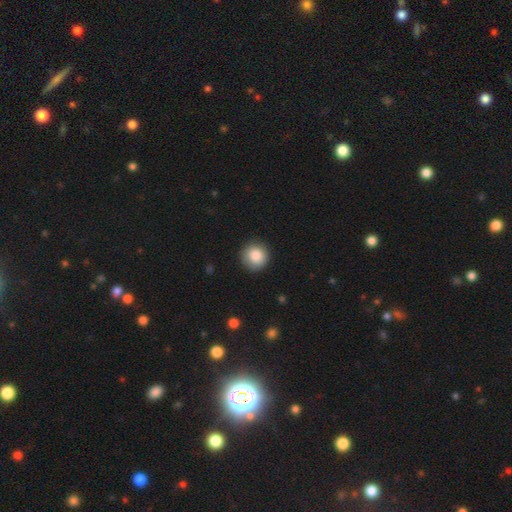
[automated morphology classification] smooth-or-featured: smooth: 87% | star or artifact: 8% | featured or disk: 5%
  how-rounded: round: 94% | in between: 5% | cigar-shaped: 1%
  merging: none: 89% | minor disturbance: 8% | major disturbance: 2% | merger: 1%